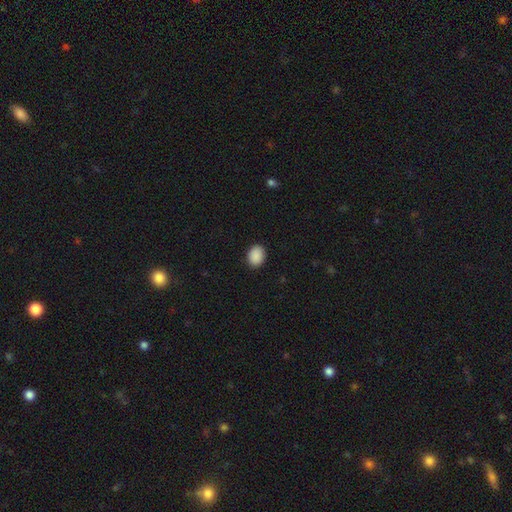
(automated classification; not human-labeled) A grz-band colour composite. It shows a smooth galaxy with no disk features (90%) that is in between round and cigar-shaped (58%). Merging: none (89%).